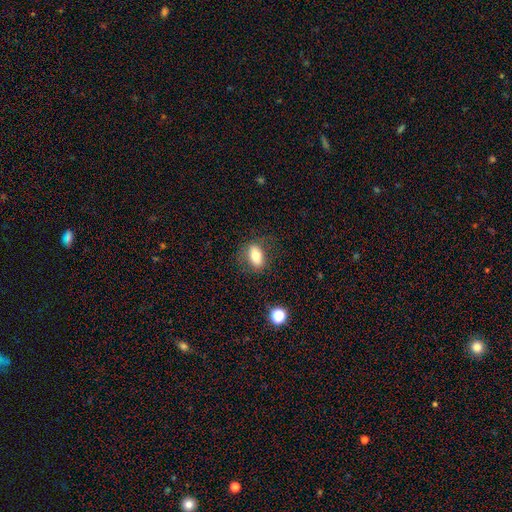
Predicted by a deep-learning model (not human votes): A smooth galaxy with no disk features (74%) that is in between round and cigar-shaped (82%). Merging: none (78%).